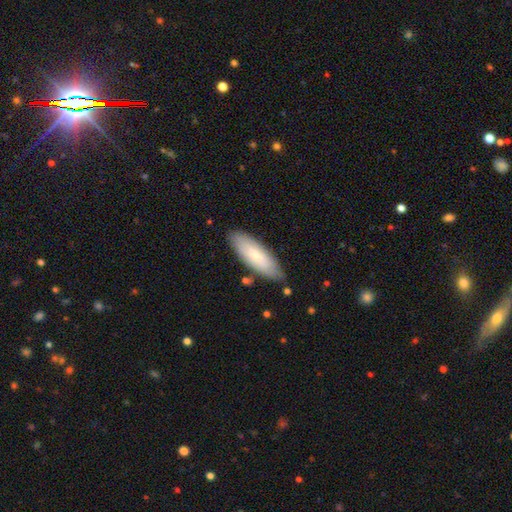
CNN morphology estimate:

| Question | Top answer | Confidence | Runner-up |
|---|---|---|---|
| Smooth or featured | smooth | 69% | featured or disk (25%) |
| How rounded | in between | 58% | cigar-shaped (40%) |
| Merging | none | 80% | minor disturbance (15%) |